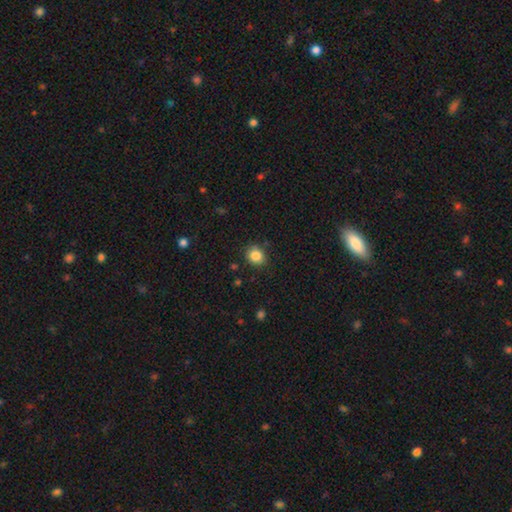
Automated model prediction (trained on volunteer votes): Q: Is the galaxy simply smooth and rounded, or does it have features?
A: smooth — 85%.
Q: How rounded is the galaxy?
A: round — 70%.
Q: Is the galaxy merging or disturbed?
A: none — 84%.